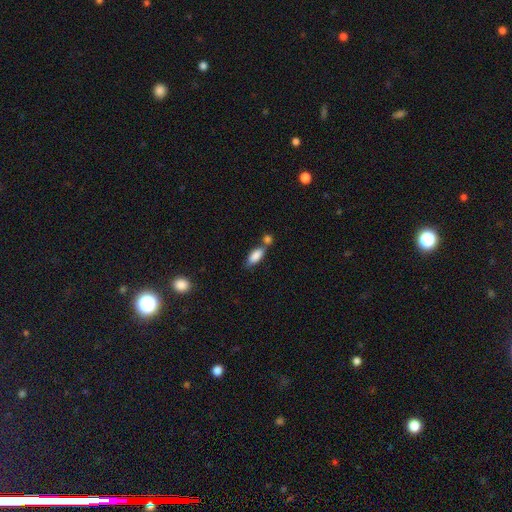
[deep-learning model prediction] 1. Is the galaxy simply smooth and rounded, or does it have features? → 84% smooth, 9% featured or disk, 7% star or artifact.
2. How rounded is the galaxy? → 82% in between, 15% cigar-shaped, 3% round.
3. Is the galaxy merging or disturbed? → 45% none, 37% merger, 13% minor disturbance, 4% major disturbance.